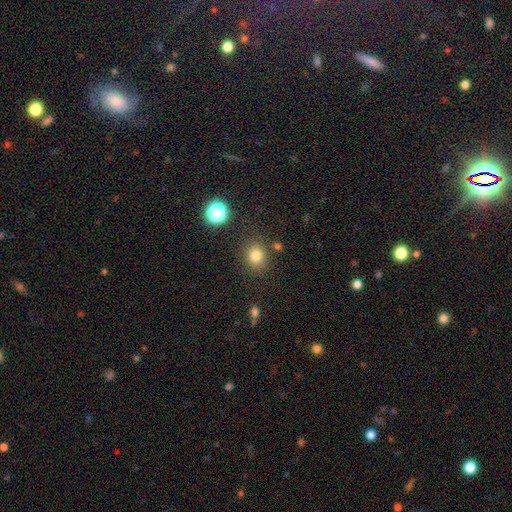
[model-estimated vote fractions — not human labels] Q: Smooth or featured?
A: smooth (79%); runner-up: star or artifact (14%)
Q: How rounded?
A: round (74%); runner-up: in between (26%)
Q: Merging?
A: none (82%); runner-up: minor disturbance (10%)